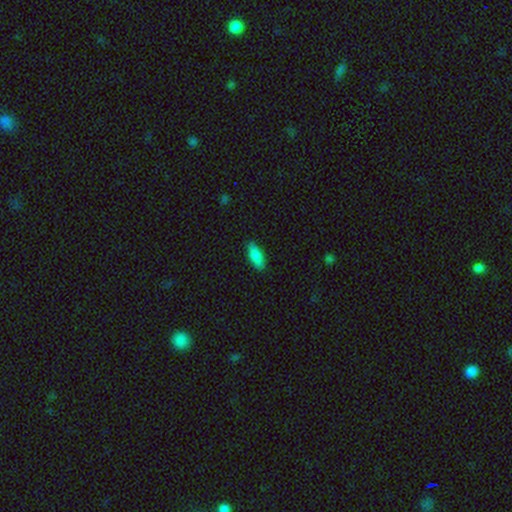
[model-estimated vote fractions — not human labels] smooth 87%, star or artifact 7%, featured or disk 6%. Down the decision tree: how rounded — in between (72%); merging — none (87%).